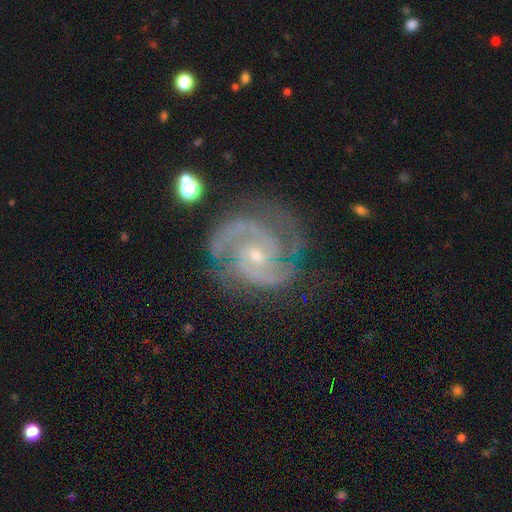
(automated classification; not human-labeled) featured or disk 91%, star or artifact 5%, smooth 3%. Down the decision tree: edge-on disk — no (98%); bar — no (63%); spiral arms — yes (98%); spiral arm count — 2 (65%); spiral winding — tight (49%); bulge size — small (73%); merging — none (73%).